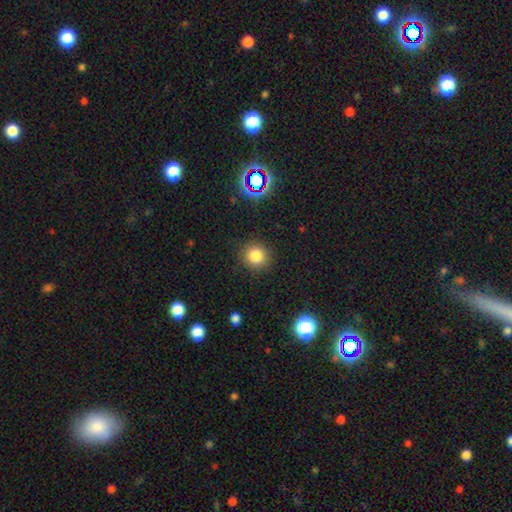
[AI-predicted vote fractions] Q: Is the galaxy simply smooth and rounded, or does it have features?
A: smooth — 81%.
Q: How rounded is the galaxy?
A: round — 91%.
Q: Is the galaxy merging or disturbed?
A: none — 90%.